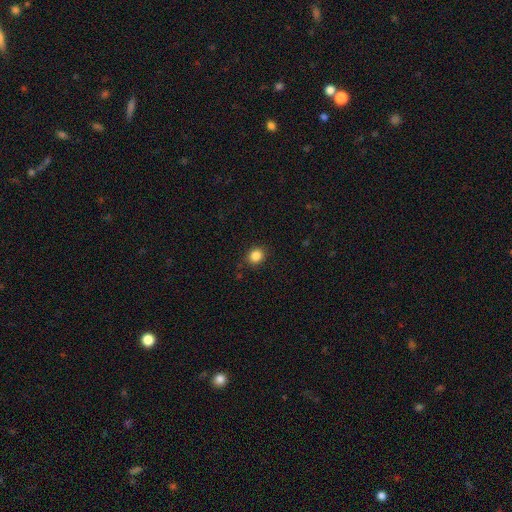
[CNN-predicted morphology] The model was most divided on "how rounded": round: 75%, in between: 24%, cigar-shaped: 1%. More confident: merging — none (88%); smooth or featured — smooth (85%).